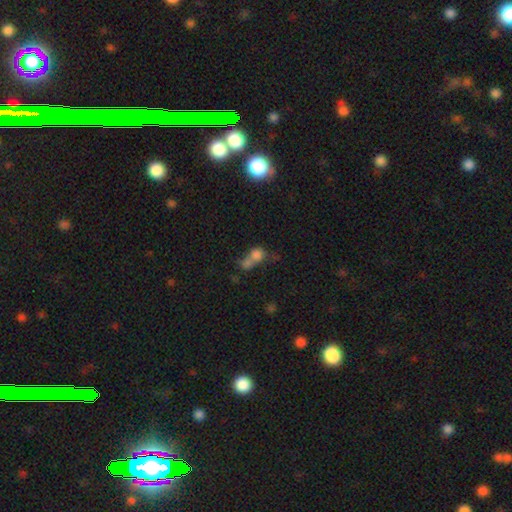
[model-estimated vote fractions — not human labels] A smooth galaxy with no disk features (70%) that is round (58%). Merging: merger (65%).